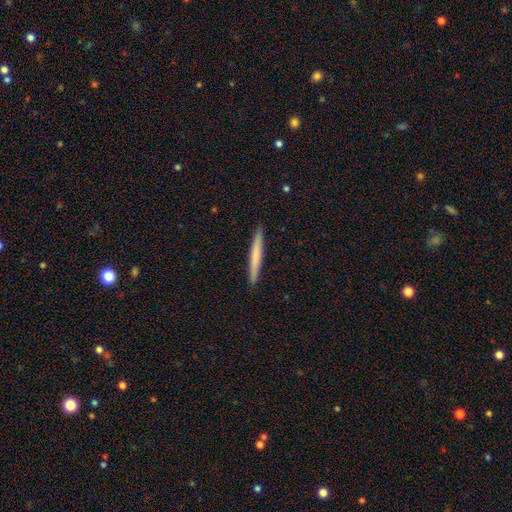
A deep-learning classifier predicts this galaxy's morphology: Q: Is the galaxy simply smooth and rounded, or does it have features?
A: smooth — 65%.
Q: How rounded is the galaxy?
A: cigar-shaped — 97%.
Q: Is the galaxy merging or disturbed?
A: none — 92%.